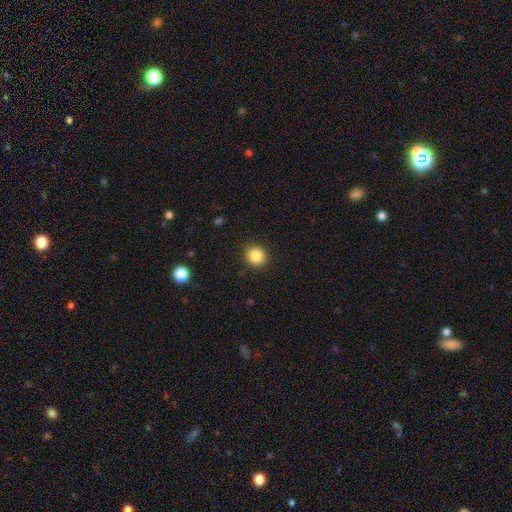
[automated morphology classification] Smooth or featured?
  - smooth: 85% *
  - star or artifact: 10%
  - featured or disk: 5%
How rounded?
  - round: 87% *
  - in between: 12%
  - cigar-shaped: 1%
Merging?
  - none: 90% *
  - minor disturbance: 7%
  - major disturbance: 2%
  - merger: 1%